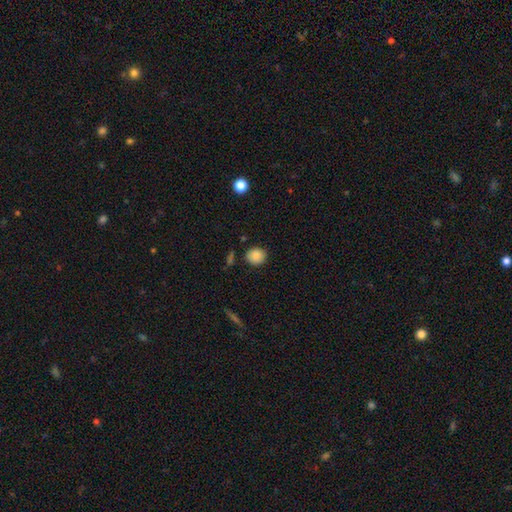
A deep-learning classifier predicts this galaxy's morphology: The model was most divided on "how rounded": round: 80%, in between: 19%, cigar-shaped: 1%. More confident: smooth or featured — smooth (87%); merging — none (83%).